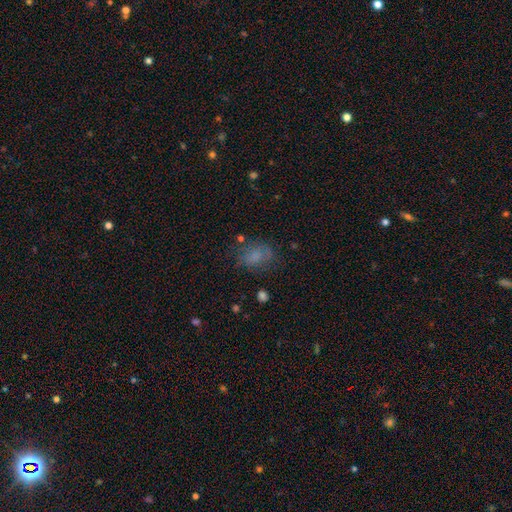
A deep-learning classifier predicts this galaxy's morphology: Smooth or featured?
  - smooth: 68% *
  - featured or disk: 17%
  - star or artifact: 14%
How rounded?
  - in between: 70% *
  - round: 28%
  - cigar-shaped: 2%
Merging?
  - none: 60% *
  - minor disturbance: 23%
  - major disturbance: 14%
  - merger: 3%